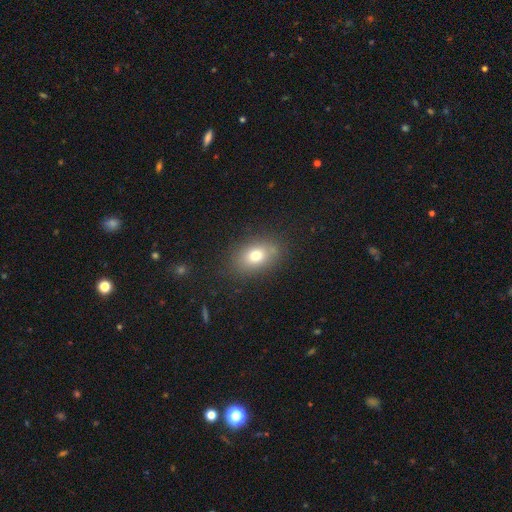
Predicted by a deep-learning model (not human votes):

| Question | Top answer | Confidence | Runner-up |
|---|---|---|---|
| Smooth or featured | smooth | 75% | featured or disk (14%) |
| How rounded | in between | 77% | round (21%) |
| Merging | none | 81% | minor disturbance (13%) |